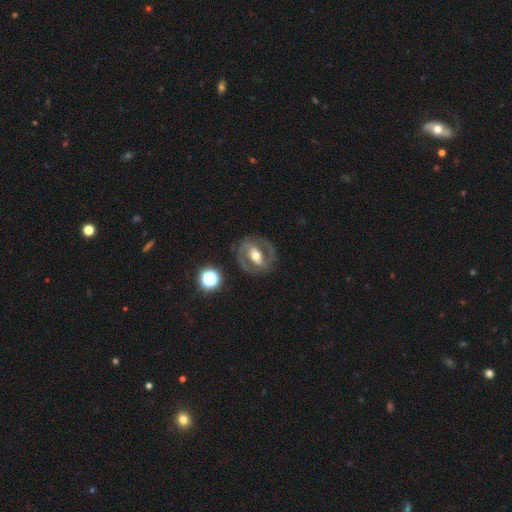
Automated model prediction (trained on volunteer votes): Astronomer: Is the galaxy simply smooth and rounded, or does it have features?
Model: featured or disk — 79%.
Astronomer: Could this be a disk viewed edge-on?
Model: no — 96%.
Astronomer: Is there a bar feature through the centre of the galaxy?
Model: strong — 45% (runner-up: weak, 34%).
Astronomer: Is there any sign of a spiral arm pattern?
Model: yes — 83%.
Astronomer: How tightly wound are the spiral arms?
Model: medium — 49% (runner-up: tight, 38%).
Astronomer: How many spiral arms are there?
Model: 2 — 86%.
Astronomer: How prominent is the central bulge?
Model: moderate — 69%.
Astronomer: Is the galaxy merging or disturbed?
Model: none — 79%.